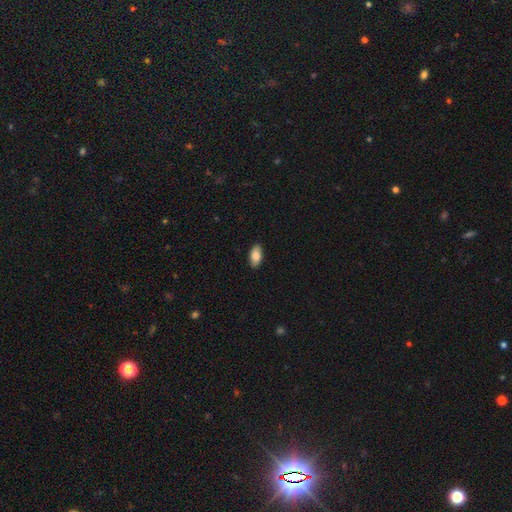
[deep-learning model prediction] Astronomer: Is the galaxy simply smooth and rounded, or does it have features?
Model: smooth — 82%.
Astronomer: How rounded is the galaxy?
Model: in between — 92%.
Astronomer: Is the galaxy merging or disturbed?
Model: none — 89%.